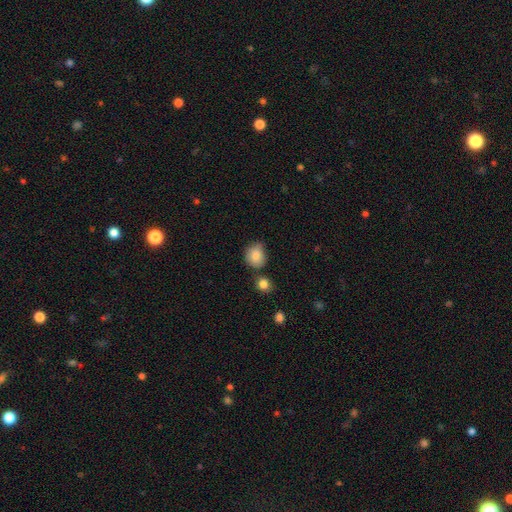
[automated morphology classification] Q: Smooth or featured?
A: smooth (83%); runner-up: star or artifact (9%)
Q: How rounded?
A: round (73%); runner-up: in between (26%)
Q: Merging?
A: none (61%); runner-up: minor disturbance (26%)